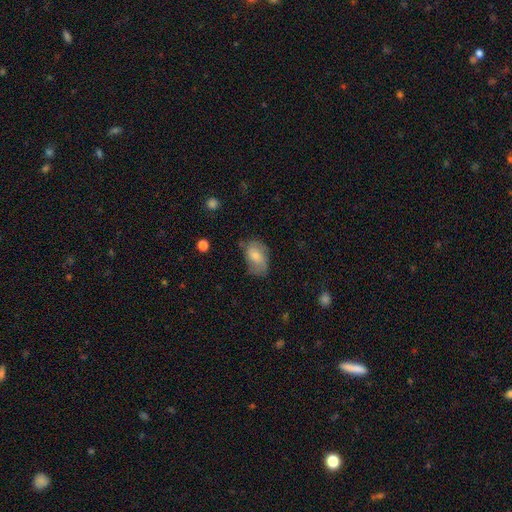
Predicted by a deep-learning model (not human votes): Morphology: type=smooth (67%); roundness=in between (87%); merging=none (54%).